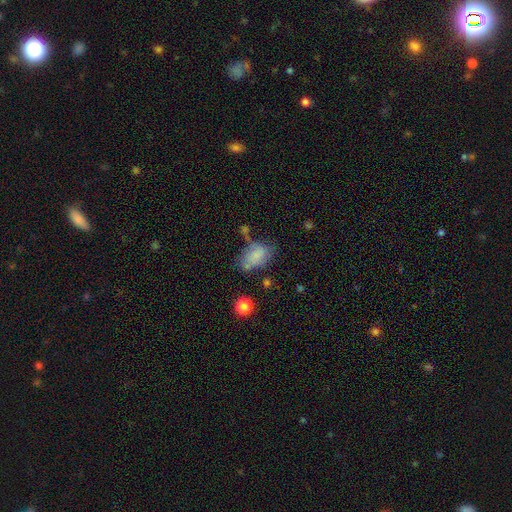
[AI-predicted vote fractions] Smooth or featured? smooth (76%)
How rounded? in between (88%)
Merging? none (44%)